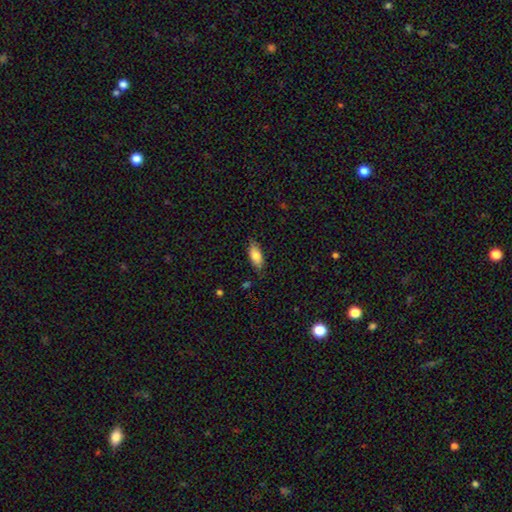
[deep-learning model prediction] A smooth galaxy with no disk features (82%) that is in between round and cigar-shaped (85%).

Vote fractions:
- Smooth or featured? smooth: 82% / featured or disk: 12% / star or artifact: 7%
- How rounded? in between: 85% / cigar-shaped: 13% / round: 2%
- Merging? none: 78% / minor disturbance: 18% / major disturbance: 3% / merger: 1%